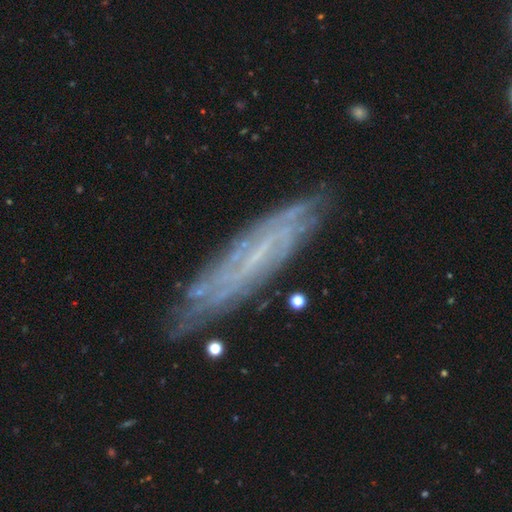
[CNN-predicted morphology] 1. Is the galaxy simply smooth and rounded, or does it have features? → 69% featured or disk, 21% smooth, 10% star or artifact.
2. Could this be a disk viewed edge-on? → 59% no, 41% yes.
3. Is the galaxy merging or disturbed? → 78% none, 15% minor disturbance, 4% major disturbance, 2% merger.